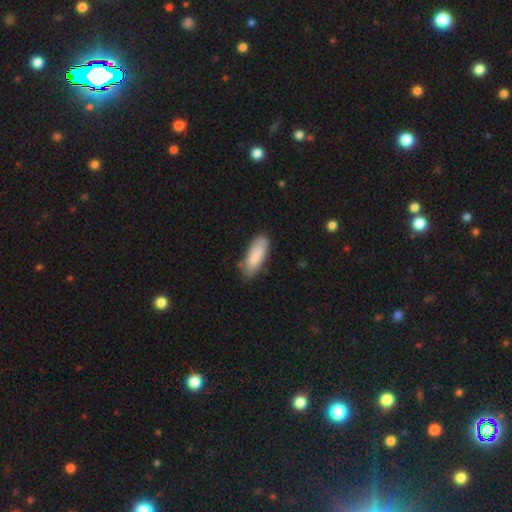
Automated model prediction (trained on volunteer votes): This is likely a smooth galaxy (77%). How rounded: likely in between (74%). Merging: likely none (67%).